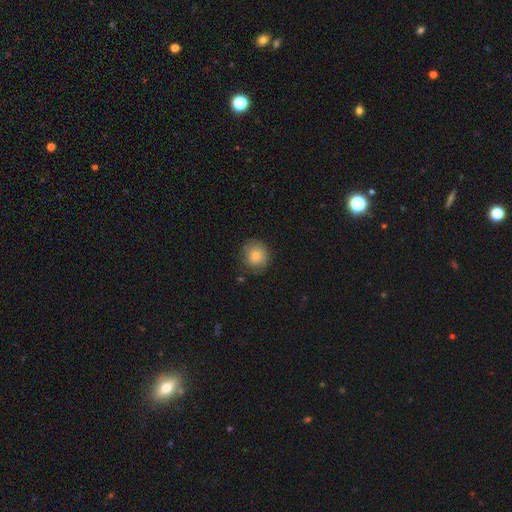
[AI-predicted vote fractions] smooth 75%, featured or disk 16%, star or artifact 8%. Down the decision tree: how rounded — round (89%); merging — none (75%).